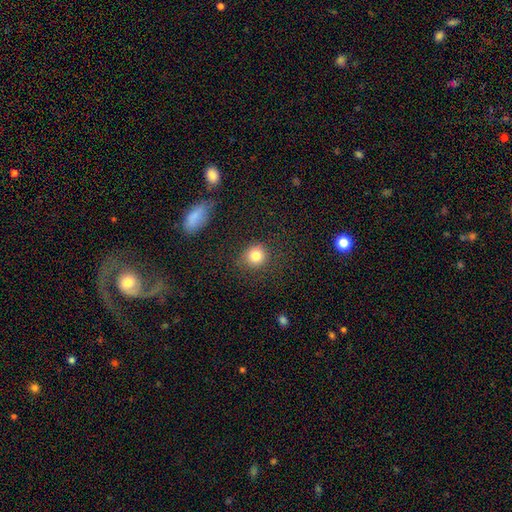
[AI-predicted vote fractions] Morphology: type=smooth (82%); roundness=round (88%); merging=none (81%).